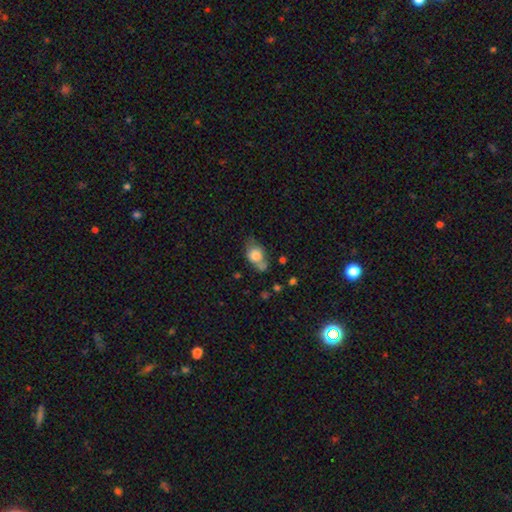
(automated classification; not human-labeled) Overall: smooth (74%). How rounded: in between (63%; round 35%). Merging: none (41%; minor disturbance 28%).